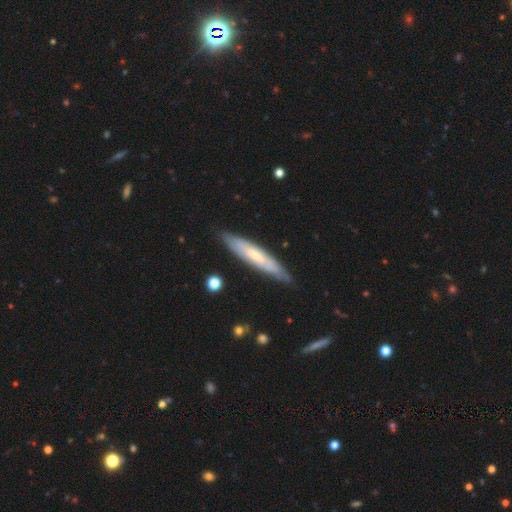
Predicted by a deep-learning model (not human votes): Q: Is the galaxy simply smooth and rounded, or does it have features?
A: featured or disk — 51%.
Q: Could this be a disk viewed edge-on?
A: yes — 72%.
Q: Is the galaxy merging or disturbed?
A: none — 84%.